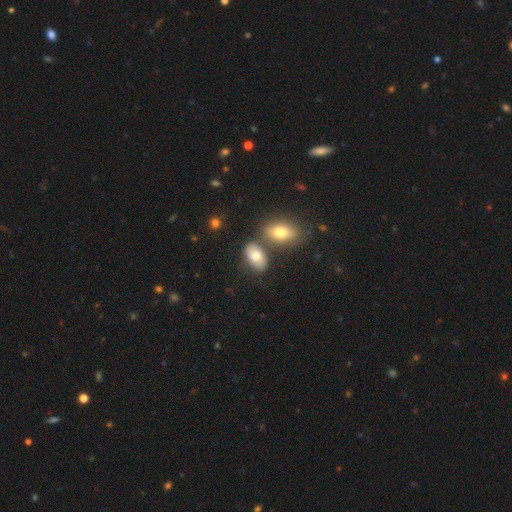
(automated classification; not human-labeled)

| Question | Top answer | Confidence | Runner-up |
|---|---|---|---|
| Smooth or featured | smooth | 74% | featured or disk (17%) |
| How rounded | in between | 92% | round (6%) |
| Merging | none | 59% | merger (24%) |